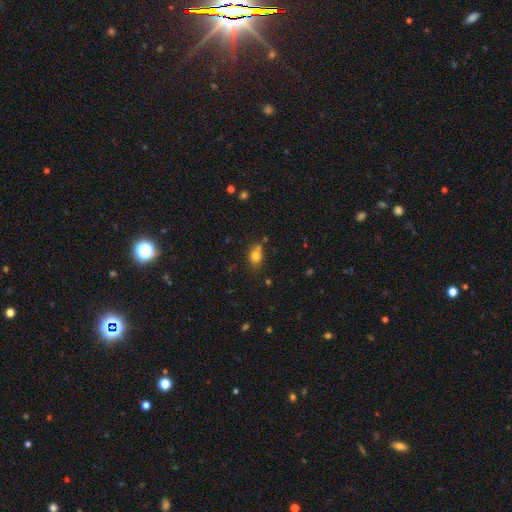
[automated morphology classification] Smooth or featured?
  - smooth: 78% *
  - star or artifact: 12%
  - featured or disk: 10%
How rounded?
  - in between: 59% *
  - round: 39%
  - cigar-shaped: 2%
Merging?
  - none: 63% *
  - minor disturbance: 17%
  - merger: 15%
  - major disturbance: 5%